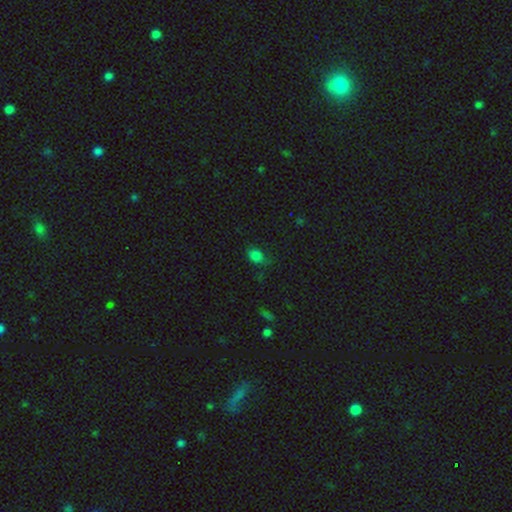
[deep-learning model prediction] Smooth or featured? Predicted: smooth (p=0.77). How rounded? Predicted: in between (p=0.53). Merging? Predicted: none (p=0.57).